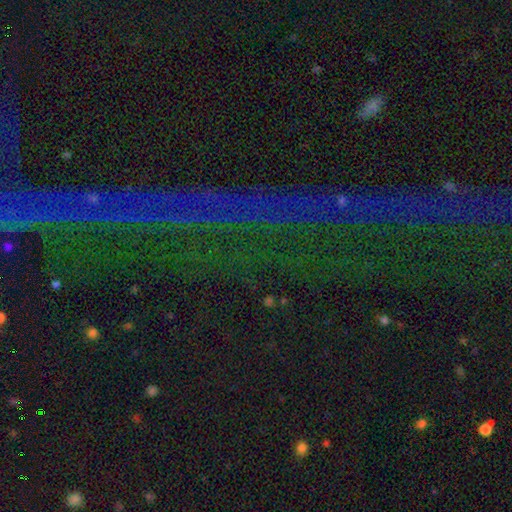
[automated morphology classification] star or artifact 81%, featured or disk 10%, smooth 9%.